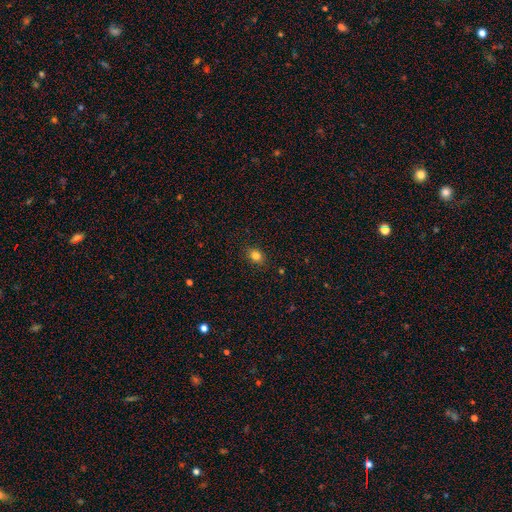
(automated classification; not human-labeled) Smooth or featured: smooth — 83% (star or artifact — 11%)
How rounded: in between — 60% (round — 39%)
Merging: none — 88% (minor disturbance — 9%)